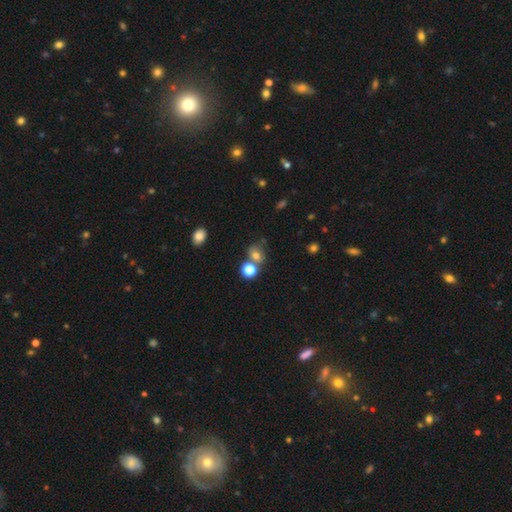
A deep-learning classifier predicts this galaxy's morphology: smooth-or-featured: smooth: 70% | star or artifact: 18% | featured or disk: 12%
  how-rounded: round: 66% | in between: 33% | cigar-shaped: 1%
  merging: none: 54% | merger: 27% | minor disturbance: 13% | major disturbance: 6%